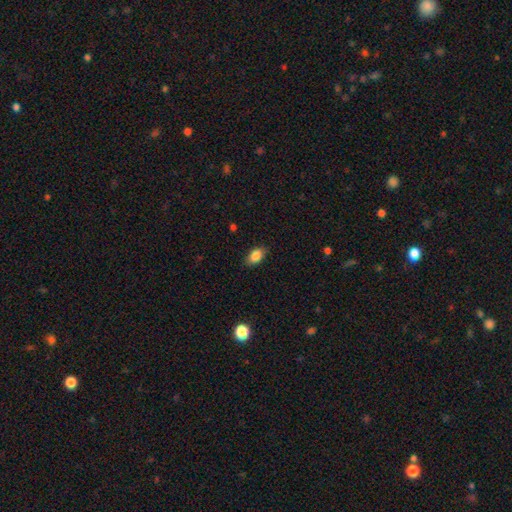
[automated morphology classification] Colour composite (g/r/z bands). It shows a smooth galaxy with no disk features (86%) that is in between round and cigar-shaped (88%). Merging: none (84%).